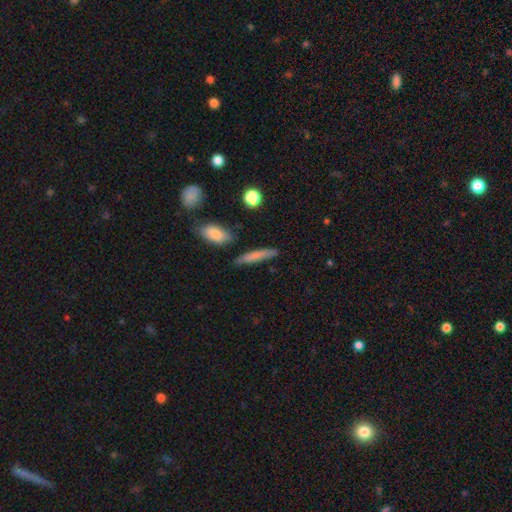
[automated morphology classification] type=smooth (73%); roundness=cigar-shaped (85%); merging=none (79%).